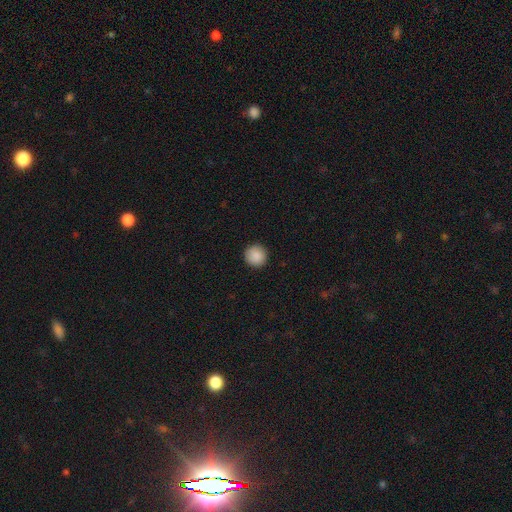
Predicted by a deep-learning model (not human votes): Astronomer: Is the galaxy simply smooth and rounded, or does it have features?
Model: smooth — 89%.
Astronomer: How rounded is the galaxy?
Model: round — 95%.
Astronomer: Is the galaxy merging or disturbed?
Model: none — 92%.